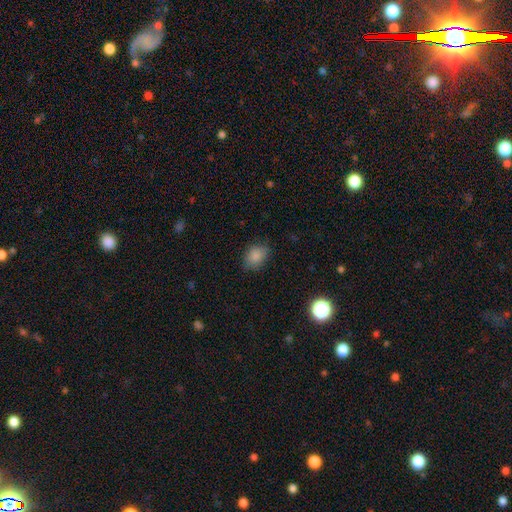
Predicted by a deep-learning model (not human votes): Smooth or featured?
  - smooth: 86% *
  - star or artifact: 9%
  - featured or disk: 5%
How rounded?
  - in between: 67% *
  - round: 31%
  - cigar-shaped: 1%
Merging?
  - none: 76% *
  - minor disturbance: 18%
  - major disturbance: 4%
  - merger: 1%